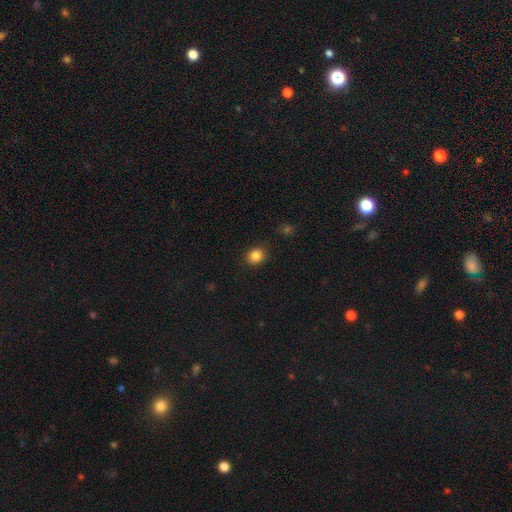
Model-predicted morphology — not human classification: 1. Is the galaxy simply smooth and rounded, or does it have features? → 85% smooth, 11% star or artifact, 5% featured or disk.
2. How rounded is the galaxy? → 71% round, 28% in between, 1% cigar-shaped.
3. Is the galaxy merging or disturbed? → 90% none, 7% minor disturbance, 2% major disturbance, 1% merger.